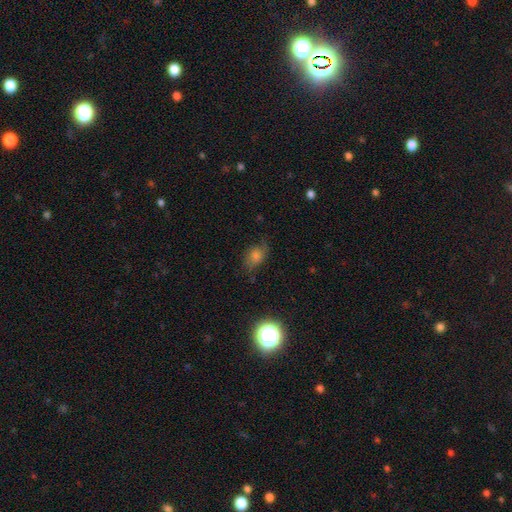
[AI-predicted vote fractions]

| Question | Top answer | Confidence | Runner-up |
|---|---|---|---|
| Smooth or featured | smooth | 58% | star or artifact (23%) |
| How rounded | in between | 63% | round (35%) |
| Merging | none | 65% | minor disturbance (24%) |